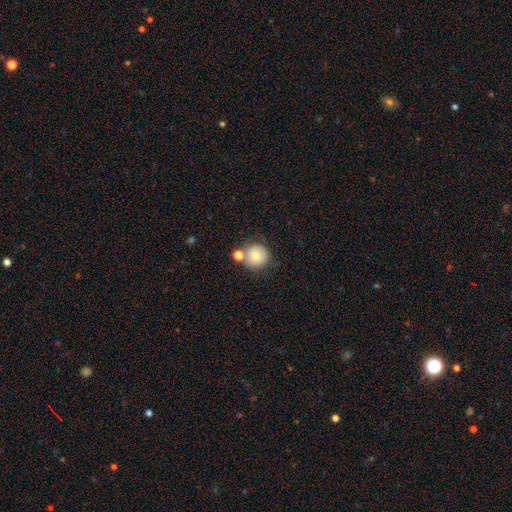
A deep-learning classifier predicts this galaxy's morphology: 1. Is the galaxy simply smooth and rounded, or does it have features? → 77% smooth, 14% featured or disk, 10% star or artifact.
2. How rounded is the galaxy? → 92% round, 7% in between, 1% cigar-shaped.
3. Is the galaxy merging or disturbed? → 65% none, 20% merger, 12% minor disturbance, 4% major disturbance.